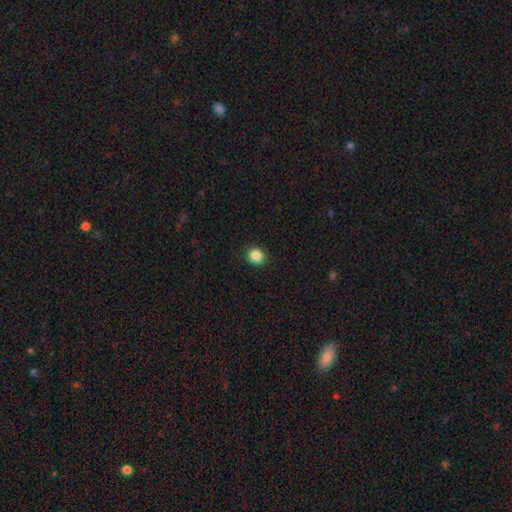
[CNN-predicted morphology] Smooth or featured? smooth (86%)
How rounded? round (87%)
Merging? none (90%)